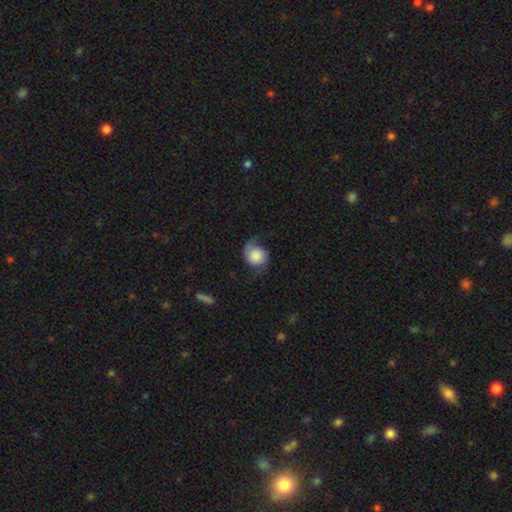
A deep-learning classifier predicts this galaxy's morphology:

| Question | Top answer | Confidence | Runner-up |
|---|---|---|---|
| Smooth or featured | smooth | 49% | featured or disk (42%) |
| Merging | none | 55% | minor disturbance (26%) |